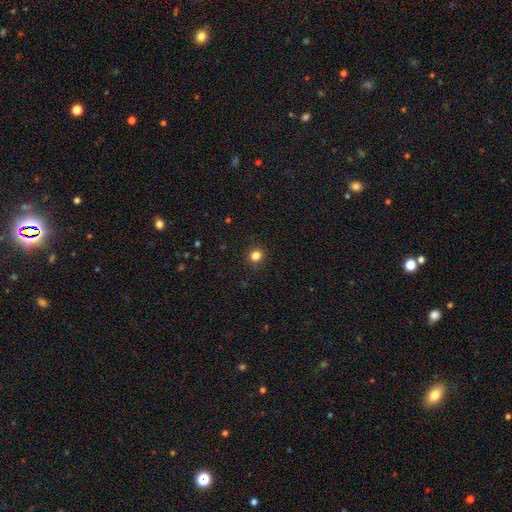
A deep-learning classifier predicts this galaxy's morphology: This is clearly a smooth galaxy (83%). How rounded: clearly round (83%). Merging: clearly none (91%).